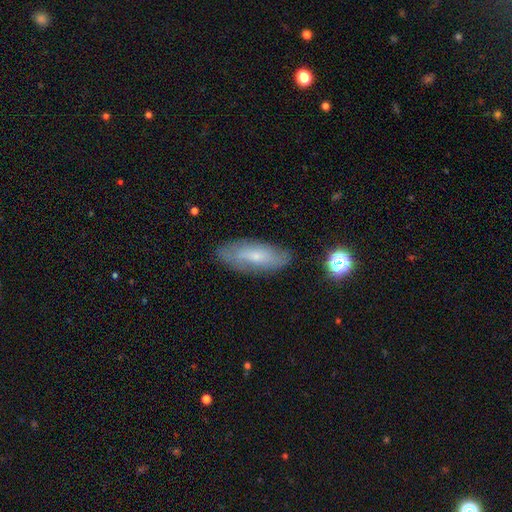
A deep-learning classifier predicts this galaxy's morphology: A smooth galaxy with no disk features (49%).

Vote fractions:
- Smooth or featured? smooth: 49% / featured or disk: 42% / star or artifact: 9%
- Merging? none: 77% / minor disturbance: 16% / major disturbance: 4% / merger: 2%